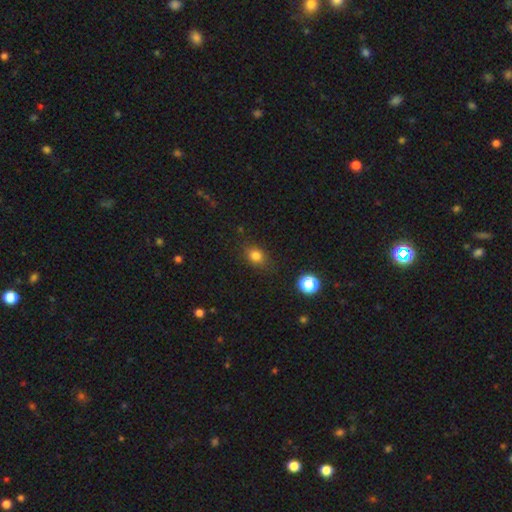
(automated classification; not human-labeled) Q: Smooth or featured?
A: smooth (80%); runner-up: star or artifact (14%)
Q: How rounded?
A: in between (52%); runner-up: round (47%)
Q: Merging?
A: none (81%); runner-up: minor disturbance (13%)